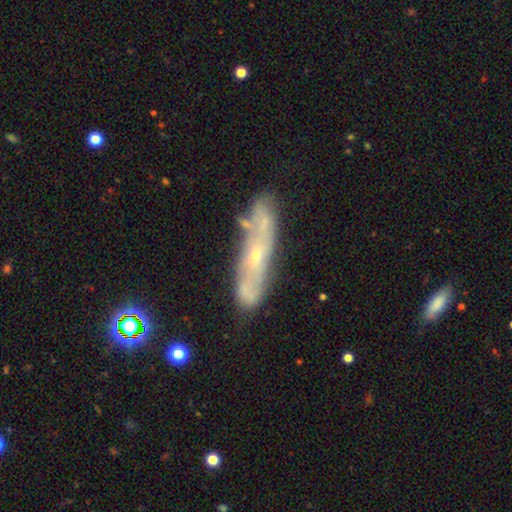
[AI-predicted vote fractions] This appears to be a featured or disk galaxy (64%). Merging: none (59%).